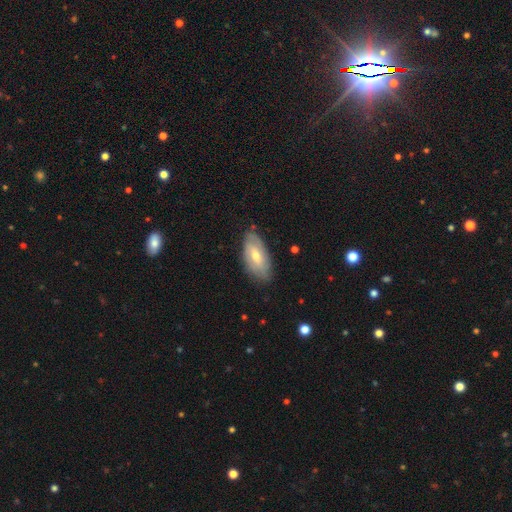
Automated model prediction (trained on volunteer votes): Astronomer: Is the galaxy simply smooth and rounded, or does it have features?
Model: featured or disk — 48% (runner-up: smooth, 45%).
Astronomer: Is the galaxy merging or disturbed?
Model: none — 77%.